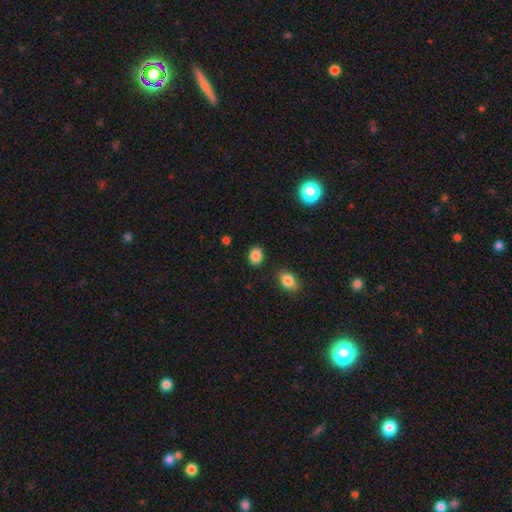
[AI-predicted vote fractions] A smooth galaxy with no disk features (87%) that is in between round and cigar-shaped (55%).

Vote fractions:
- Smooth or featured? smooth: 87% / star or artifact: 9% / featured or disk: 4%
- How rounded? in between: 55% / round: 44% / cigar-shaped: 1%
- Merging? none: 86% / minor disturbance: 9% / merger: 3% / major disturbance: 2%